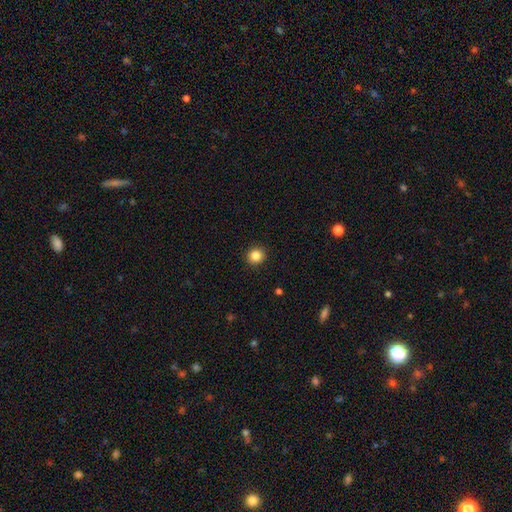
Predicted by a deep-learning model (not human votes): smooth-or-featured: smooth: 85% | star or artifact: 11% | featured or disk: 4%
  how-rounded: round: 93% | in between: 7% | cigar-shaped: 1%
  merging: none: 93% | minor disturbance: 5% | major disturbance: 2% | merger: 1%